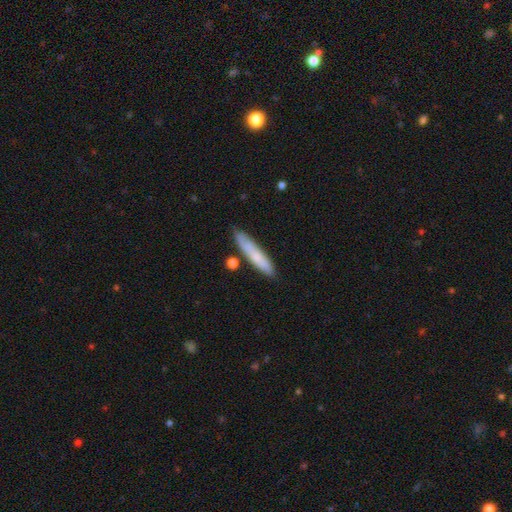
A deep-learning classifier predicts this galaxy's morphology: smooth_or_featured: smooth (p=0.70) [alt: featured or disk p=0.24]
how_rounded: cigar-shaped (p=0.87) [alt: in between p=0.12]
merging: none (p=0.78) [alt: minor disturbance p=0.14]